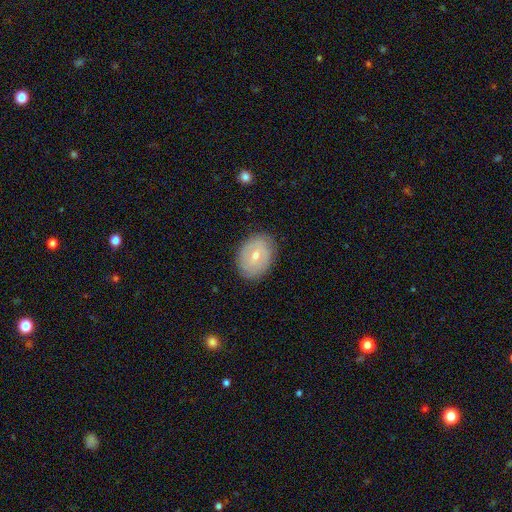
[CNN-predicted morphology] Smooth or featured?
  - featured or disk: 48% *
  - smooth: 45%
  - star or artifact: 7%
Merging?
  - none: 82% *
  - minor disturbance: 14%
  - major disturbance: 3%
  - merger: 1%